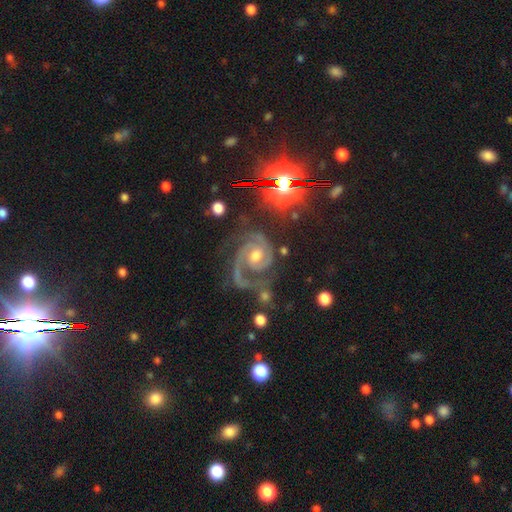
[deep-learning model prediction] smooth_or_featured: featured or disk (p=0.89) [alt: star or artifact p=0.07]
disk_edge_on: no (p=0.98) [alt: yes p=0.02]
bar: no (p=0.58) [alt: weak p=0.32]
has_spiral_arms: yes (p=0.98) [alt: no p=0.02]
spiral_winding: medium (p=0.46) [alt: tight p=0.43]
spiral_arm_count: 2 (p=0.67) [alt: 3 p=0.12]
bulge_size: moderate (p=0.68) [alt: small p=0.22]
merging: none (p=0.53) [alt: major disturbance p=0.22]